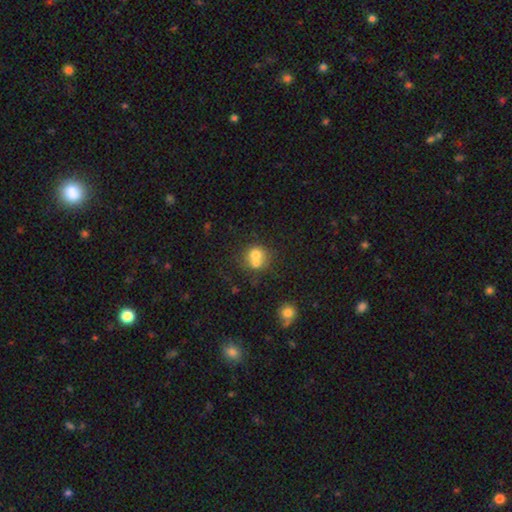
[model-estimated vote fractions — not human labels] smooth 69%, featured or disk 19%, star or artifact 11%. Down the decision tree: how rounded — round (83%); merging — merger (52%).